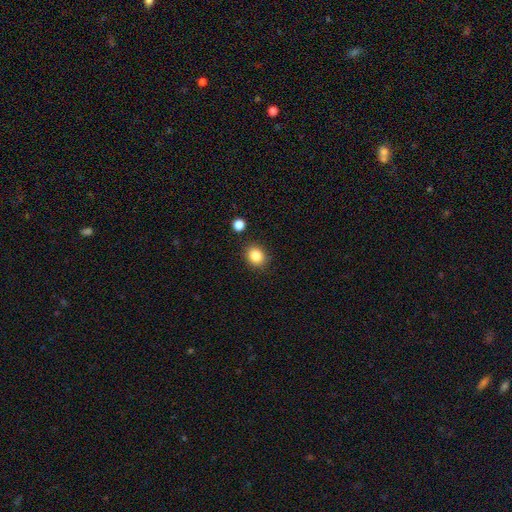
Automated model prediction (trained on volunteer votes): Q: Smooth or featured?
A: smooth (85%); runner-up: star or artifact (10%)
Q: How rounded?
A: round (63%); runner-up: in between (36%)
Q: Merging?
A: none (86%); runner-up: minor disturbance (9%)